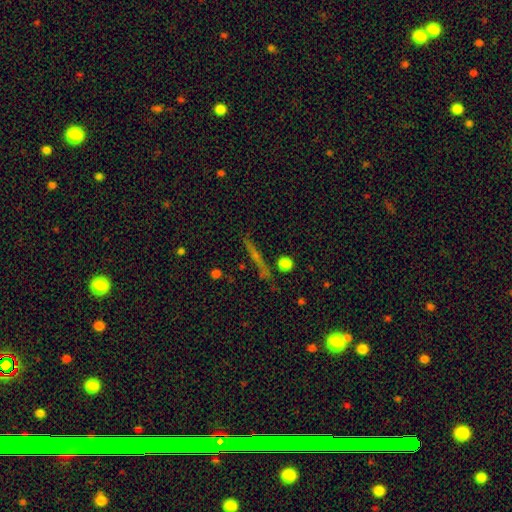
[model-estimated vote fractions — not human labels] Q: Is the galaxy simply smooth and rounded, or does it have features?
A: featured or disk — 51%.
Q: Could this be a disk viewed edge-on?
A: yes — 94%.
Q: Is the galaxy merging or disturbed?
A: none — 85%.